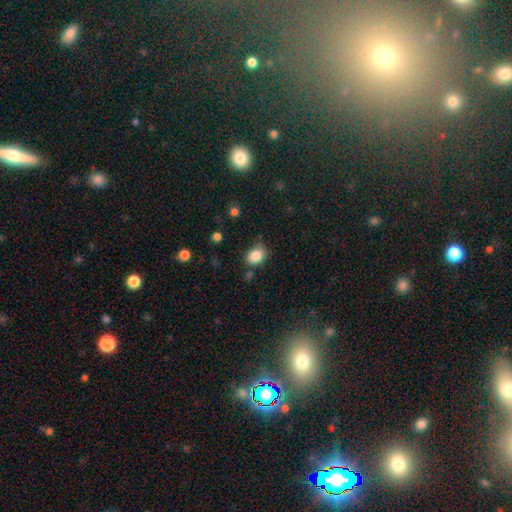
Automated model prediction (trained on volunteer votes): The model was most divided on "how rounded": in between: 55%, round: 44%, cigar-shaped: 1%. More confident: smooth or featured — smooth (85%); merging — none (67%).